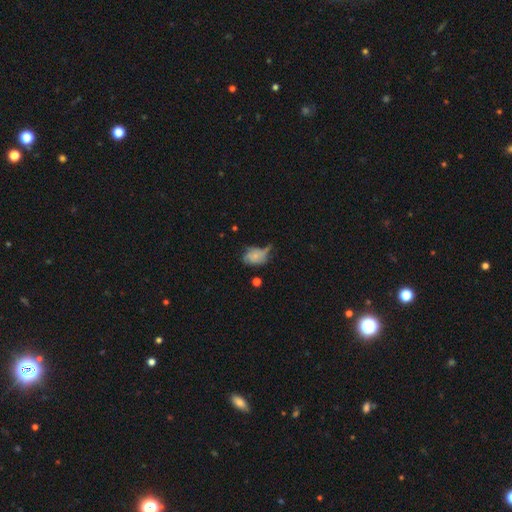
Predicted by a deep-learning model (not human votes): Smooth or featured?
  - smooth: 51% *
  - featured or disk: 38%
  - star or artifact: 11%
How rounded?
  - in between: 70% *
  - round: 27%
  - cigar-shaped: 2%
Merging?
  - minor disturbance: 34% *
  - none: 33%
  - major disturbance: 24%
  - merger: 9%